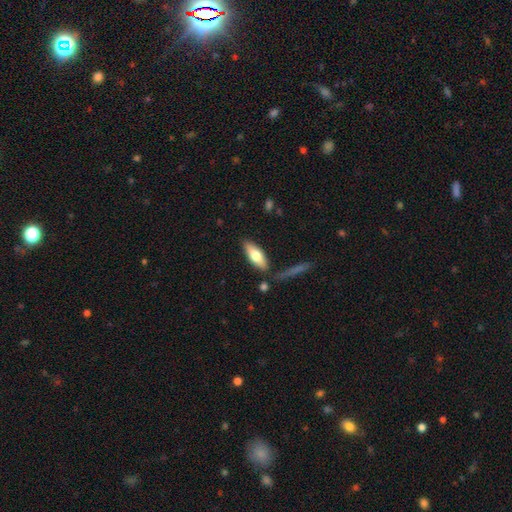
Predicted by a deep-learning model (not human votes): Smooth or featured?
  - smooth: 67% *
  - featured or disk: 27%
  - star or artifact: 6%
How rounded?
  - in between: 66% *
  - cigar-shaped: 32%
  - round: 2%
Merging?
  - none: 80% *
  - minor disturbance: 12%
  - merger: 6%
  - major disturbance: 3%